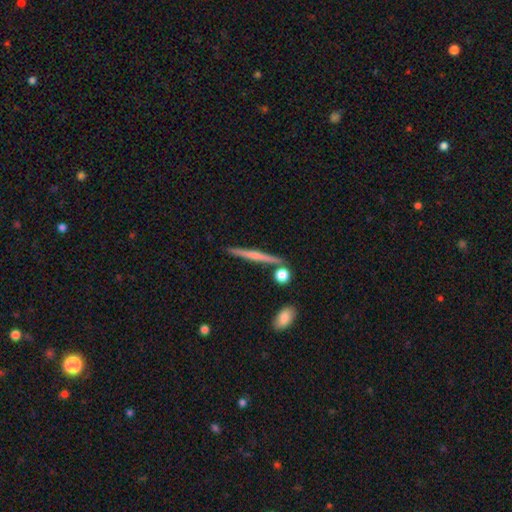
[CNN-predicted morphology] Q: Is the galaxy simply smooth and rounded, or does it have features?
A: featured or disk — 55%.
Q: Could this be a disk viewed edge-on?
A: yes — 97%.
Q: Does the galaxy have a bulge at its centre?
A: none — 46%.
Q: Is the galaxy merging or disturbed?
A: none — 86%.